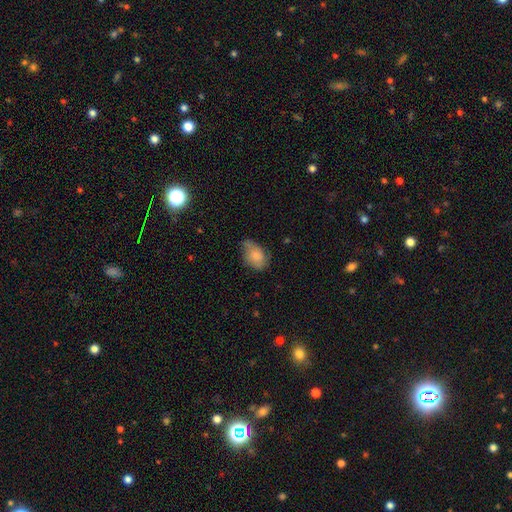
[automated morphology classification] The model was most divided on "merging": none: 47%, minor disturbance: 36%, major disturbance: 12%, merger: 5%. More confident: how rounded — in between (82%); smooth or featured — smooth (69%).